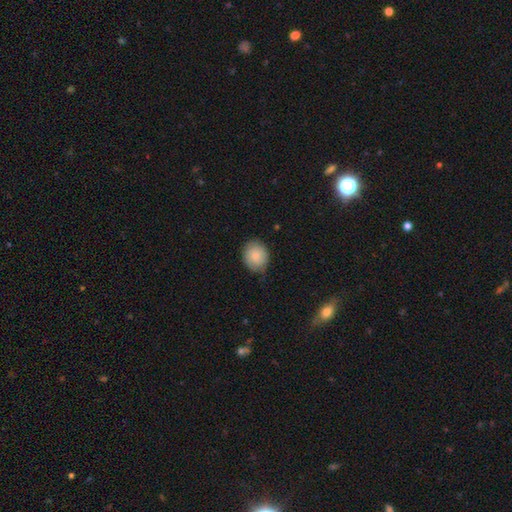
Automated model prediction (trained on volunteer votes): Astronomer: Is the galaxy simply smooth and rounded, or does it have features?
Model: smooth — 83%.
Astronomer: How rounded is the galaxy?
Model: round — 65%.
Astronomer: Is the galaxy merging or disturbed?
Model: none — 73%.